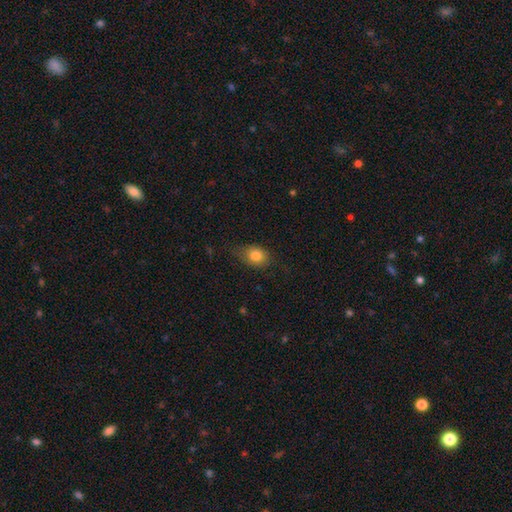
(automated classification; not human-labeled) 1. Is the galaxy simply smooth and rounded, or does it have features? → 82% smooth, 9% star or artifact, 9% featured or disk.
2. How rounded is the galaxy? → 50% in between, 48% round, 2% cigar-shaped.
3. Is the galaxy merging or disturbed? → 66% none, 26% minor disturbance, 7% major disturbance, 1% merger.